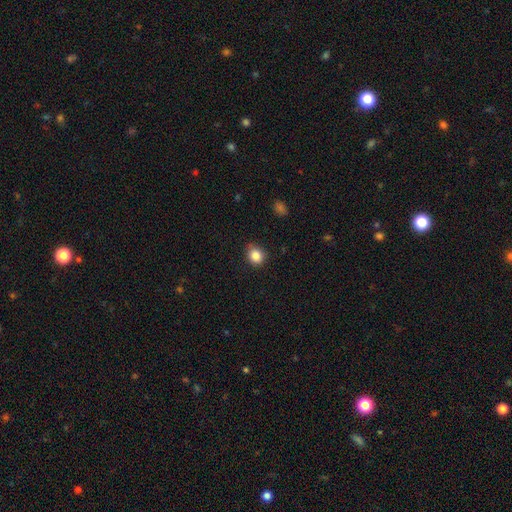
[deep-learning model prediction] Q: Smooth or featured?
A: smooth (85%); runner-up: star or artifact (10%)
Q: How rounded?
A: round (69%); runner-up: in between (31%)
Q: Merging?
A: none (79%); runner-up: minor disturbance (17%)